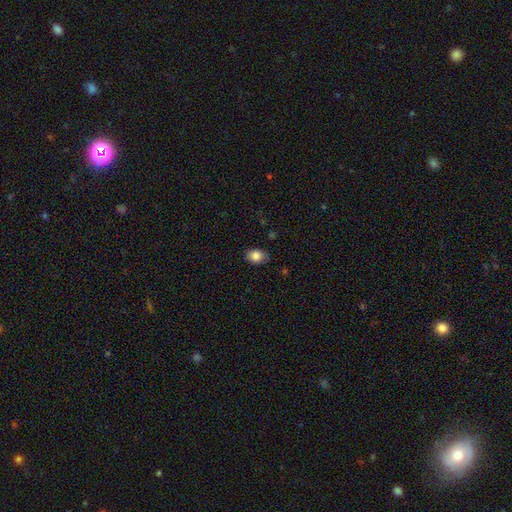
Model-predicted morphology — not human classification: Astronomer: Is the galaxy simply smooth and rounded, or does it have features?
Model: smooth — 86%.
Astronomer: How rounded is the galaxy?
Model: in between — 68%.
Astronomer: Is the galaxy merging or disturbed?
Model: none — 81%.